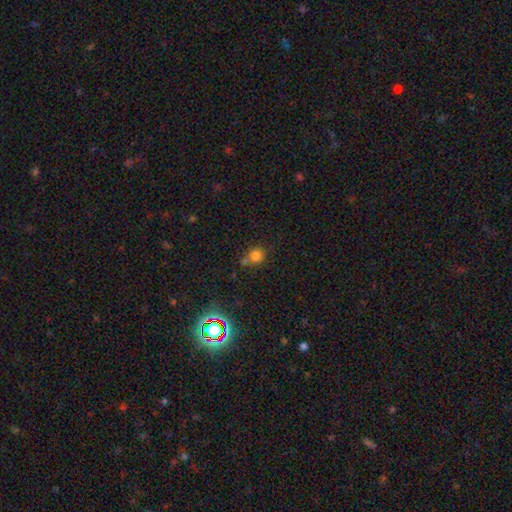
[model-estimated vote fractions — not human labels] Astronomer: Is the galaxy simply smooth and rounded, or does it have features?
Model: smooth — 77%.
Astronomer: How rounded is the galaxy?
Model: round — 85%.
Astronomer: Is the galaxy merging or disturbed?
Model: none — 60%.